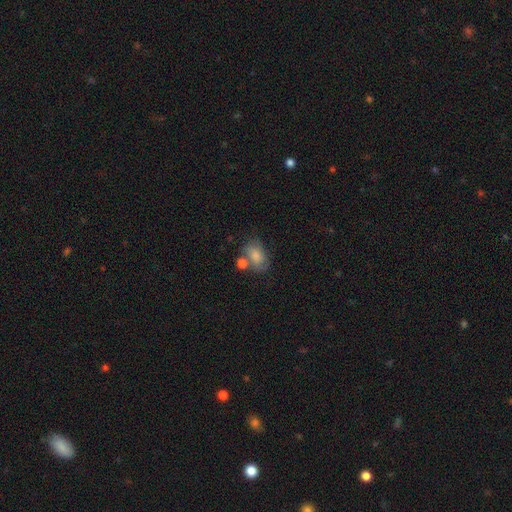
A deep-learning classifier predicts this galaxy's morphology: Smooth or featured? smooth (71%)
How rounded? in between (81%)
Merging? none (45%)